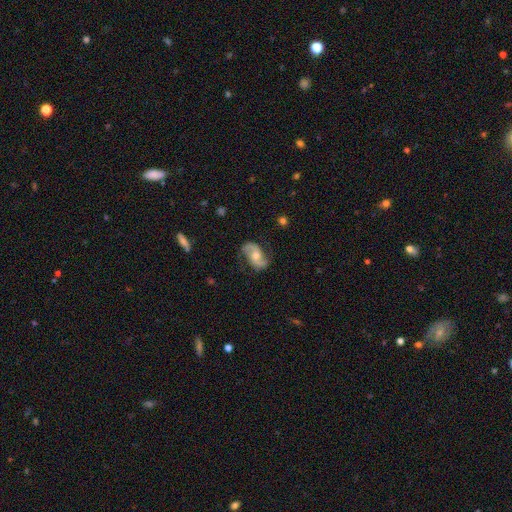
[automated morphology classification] A featured or disk galaxy (82%) with no bar (58%), 2 (92%) loose (50%) spiral arms (95%) and a moderate central bulge (67%). Merging: none (77%).